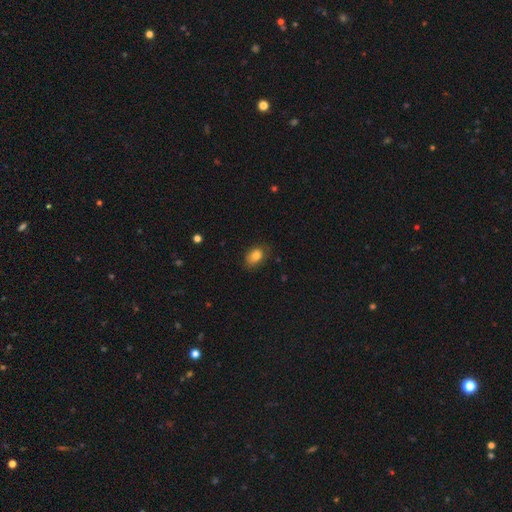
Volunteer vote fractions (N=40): Smooth or featured? smooth (80%)
How rounded? in between (91%)
Merging? none (82%)